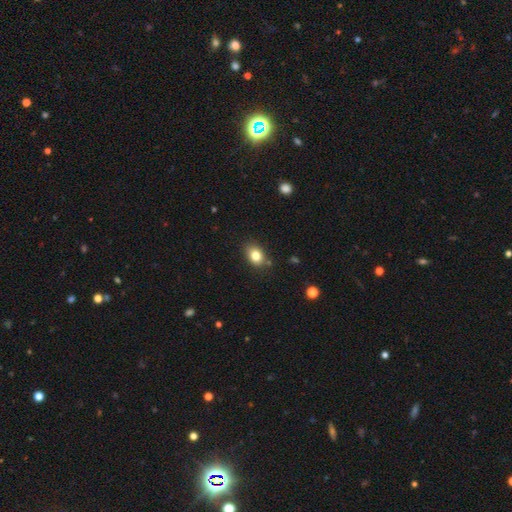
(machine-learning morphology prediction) The model was most divided on "how rounded": in between: 71%, round: 28%, cigar-shaped: 1%. More confident: smooth or featured — smooth (82%); merging — none (82%).